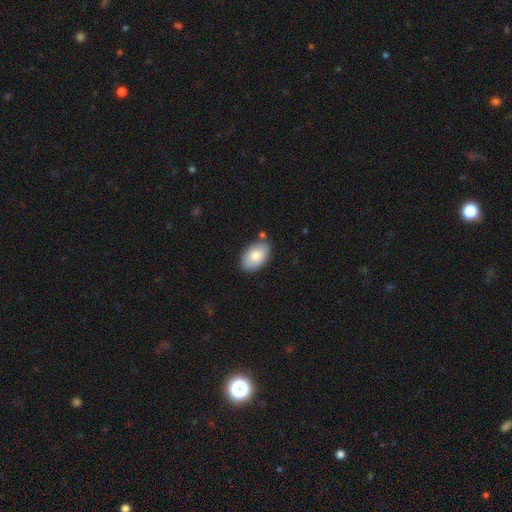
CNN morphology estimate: A smooth galaxy with no disk features (82%) that is in between round and cigar-shaped (93%).

Vote fractions:
- Smooth or featured? smooth: 82% / featured or disk: 12% / star or artifact: 6%
- How rounded? in between: 93% / round: 6% / cigar-shaped: 1%
- Merging? none: 80% / minor disturbance: 13% / merger: 4% / major disturbance: 3%